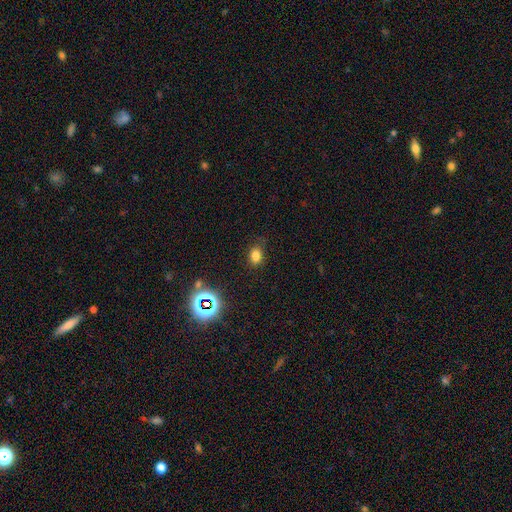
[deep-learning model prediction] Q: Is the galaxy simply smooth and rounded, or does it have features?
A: smooth — 78%.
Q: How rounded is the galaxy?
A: in between — 67%.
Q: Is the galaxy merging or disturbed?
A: none — 78%.